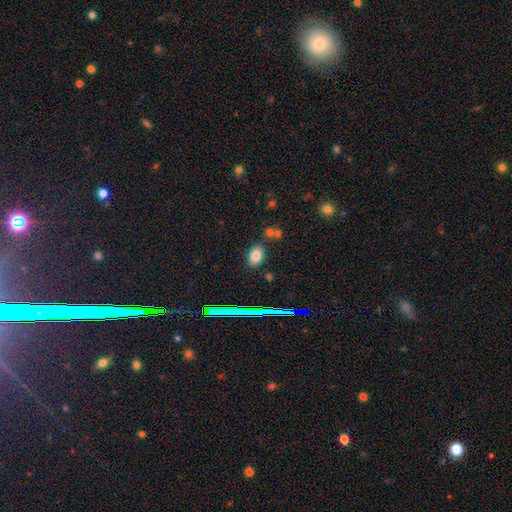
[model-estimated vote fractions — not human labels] Smooth or featured?
  - smooth: 79% *
  - star or artifact: 13%
  - featured or disk: 8%
How rounded?
  - in between: 87% *
  - round: 11%
  - cigar-shaped: 2%
Merging?
  - none: 80% *
  - minor disturbance: 11%
  - merger: 6%
  - major disturbance: 3%